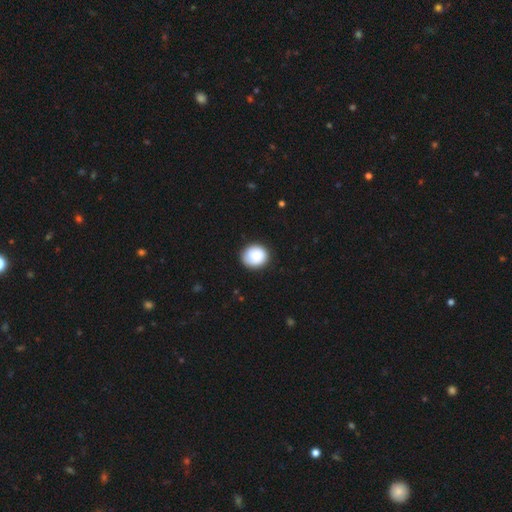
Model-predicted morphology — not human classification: type=smooth (86%); roundness=round (82%); merging=none (85%).